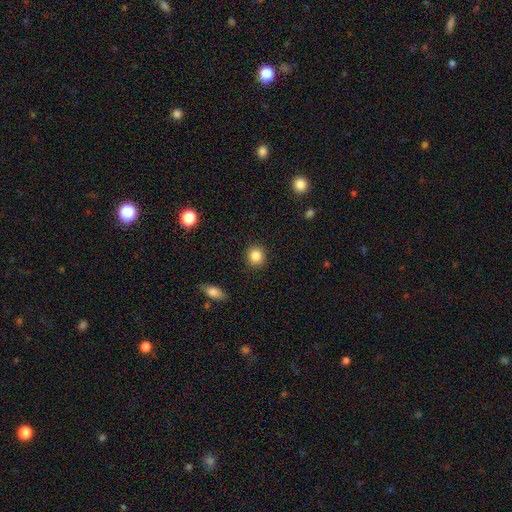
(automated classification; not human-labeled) Smooth or featured: smooth — 85% (star or artifact — 10%)
How rounded: round — 83% (in between — 16%)
Merging: none — 91% (minor disturbance — 6%)